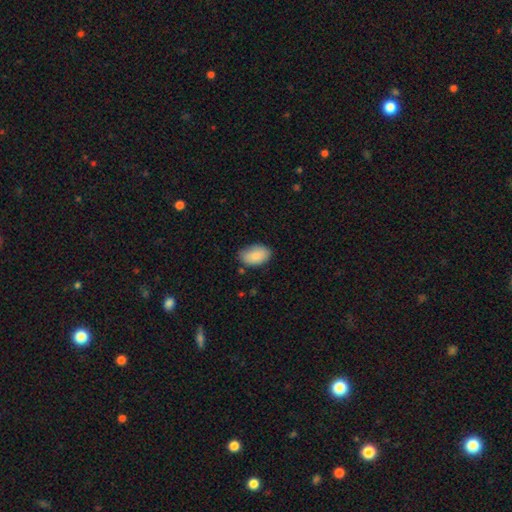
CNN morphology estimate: smooth-or-featured: smooth: 87% | featured or disk: 6% | star or artifact: 6%
  how-rounded: in between: 92% | round: 6% | cigar-shaped: 1%
  merging: none: 77% | minor disturbance: 18% | major disturbance: 3% | merger: 2%